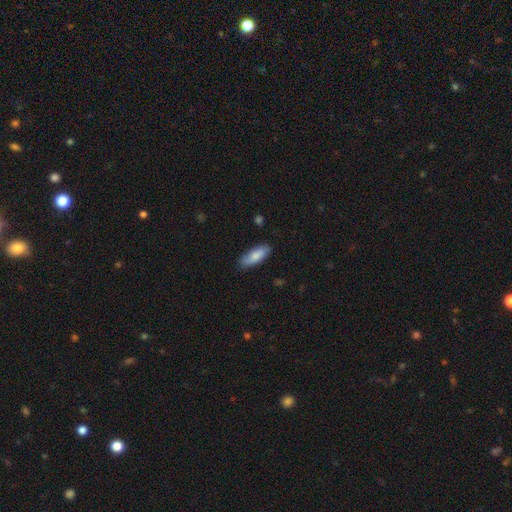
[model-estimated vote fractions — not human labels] Smooth or featured? smooth (83%)
How rounded? in between (68%)
Merging? none (81%)